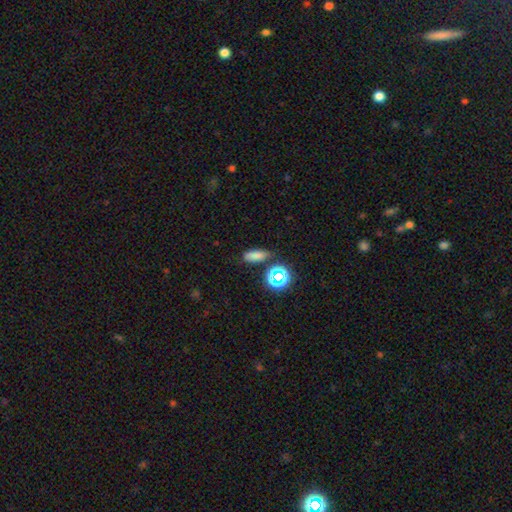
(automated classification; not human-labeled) smooth_or_featured: smooth (p=0.73) [alt: star or artifact p=0.19]
how_rounded: in between (p=0.68) [alt: cigar-shaped p=0.21]
merging: none (p=0.77) [alt: minor disturbance p=0.13]